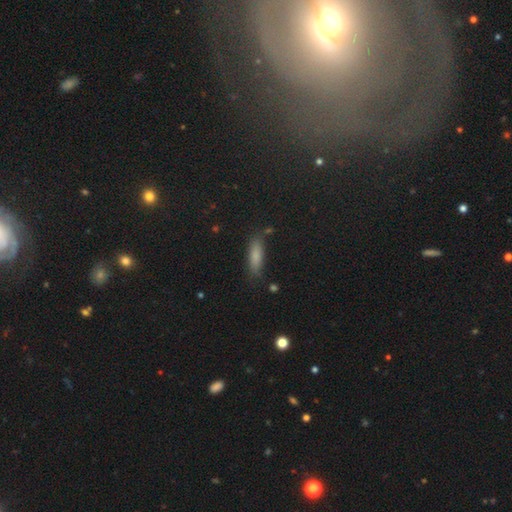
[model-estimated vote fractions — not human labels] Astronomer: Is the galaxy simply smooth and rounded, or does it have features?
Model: smooth — 77%.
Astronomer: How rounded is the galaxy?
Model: cigar-shaped — 50% (runner-up: in between, 47%).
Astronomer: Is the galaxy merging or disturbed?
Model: none — 77%.